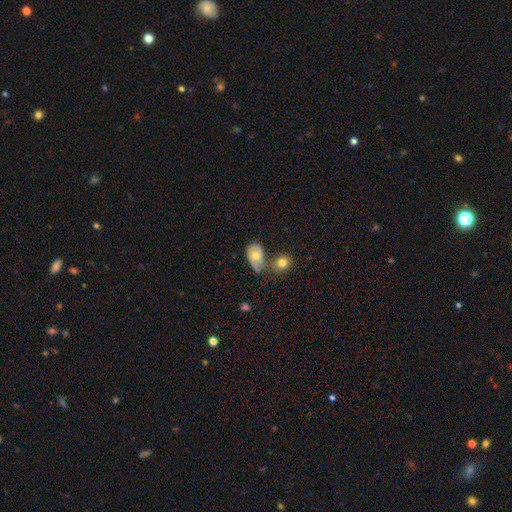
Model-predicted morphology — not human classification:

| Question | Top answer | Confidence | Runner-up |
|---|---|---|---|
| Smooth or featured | smooth | 59% | featured or disk (33%) |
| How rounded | in between | 81% | round (17%) |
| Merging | none | 31% | merger (29%) |